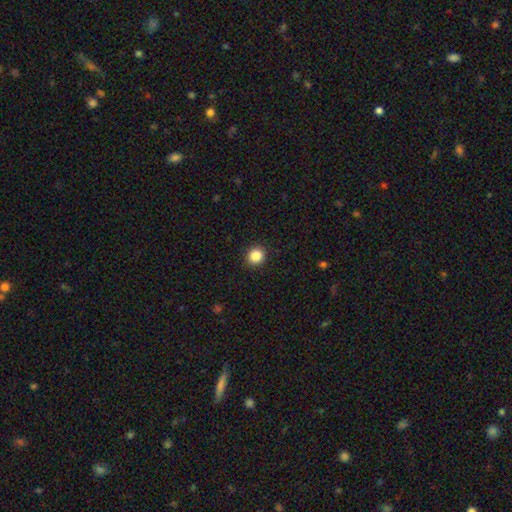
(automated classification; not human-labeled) Smooth or featured?
  - smooth: 87% *
  - star or artifact: 10%
  - featured or disk: 3%
How rounded?
  - round: 87% *
  - in between: 12%
  - cigar-shaped: 1%
Merging?
  - none: 91% *
  - minor disturbance: 6%
  - major disturbance: 2%
  - merger: 1%